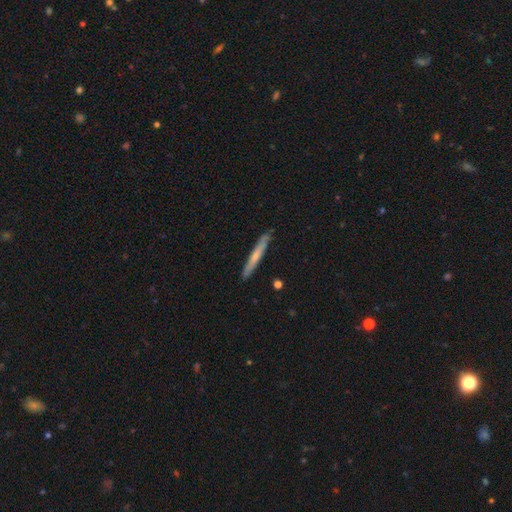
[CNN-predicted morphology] smooth-or-featured: smooth: 55% | featured or disk: 39% | star or artifact: 5%
  how-rounded: cigar-shaped: 96% | in between: 3% | round: 1%
  merging: none: 88% | minor disturbance: 9% | major disturbance: 1% | merger: 1%